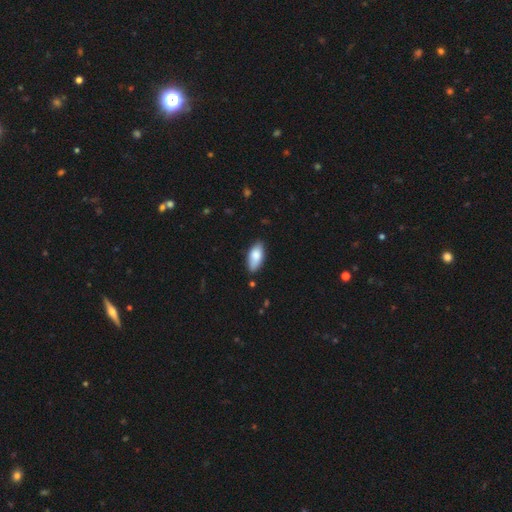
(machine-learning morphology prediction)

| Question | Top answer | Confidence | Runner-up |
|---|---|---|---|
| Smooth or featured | smooth | 82% | featured or disk (12%) |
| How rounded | in between | 88% | cigar-shaped (10%) |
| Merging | none | 79% | minor disturbance (17%) |